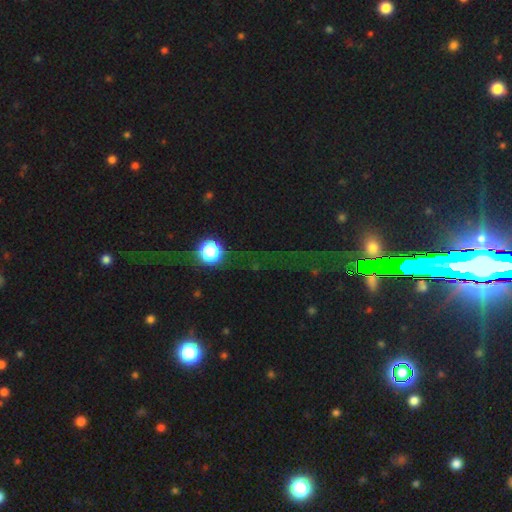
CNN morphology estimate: Q: Smooth or featured?
A: star or artifact (73%); runner-up: smooth (14%)